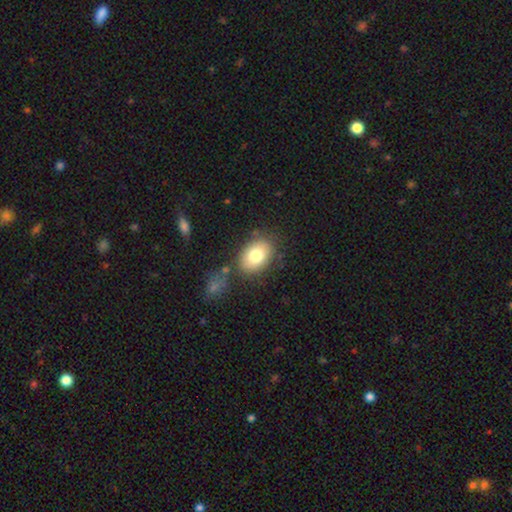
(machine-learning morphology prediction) A smooth galaxy with no disk features (79%) that is in between round and cigar-shaped (82%). Merging: none (75%).